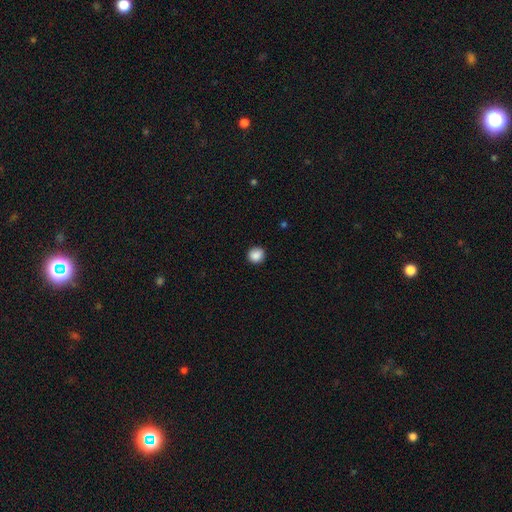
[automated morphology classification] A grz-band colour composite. It shows a smooth galaxy with no disk features (88%) that is round (90%). Merging: none (91%).